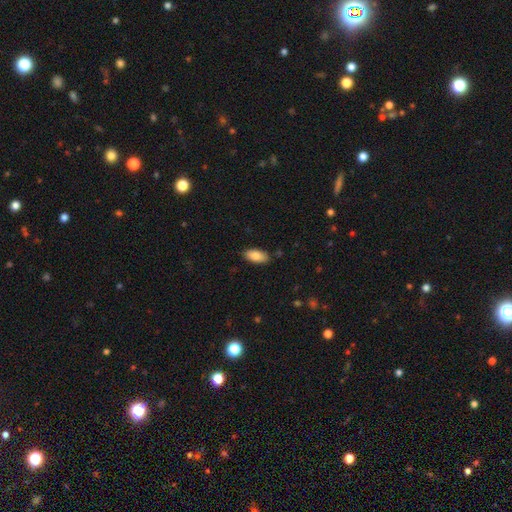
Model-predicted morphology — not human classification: A smooth galaxy with no disk features (86%) that is in between round and cigar-shaped (91%).

Vote fractions:
- Smooth or featured? smooth: 86% / featured or disk: 7% / star or artifact: 7%
- How rounded? in between: 91% / cigar-shaped: 7% / round: 2%
- Merging? none: 86% / minor disturbance: 11% / major disturbance: 2% / merger: 1%